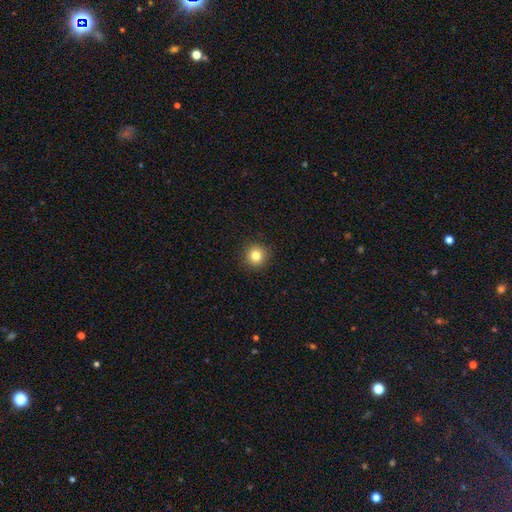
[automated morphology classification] The model was most divided on "smooth or featured": smooth: 82%, star or artifact: 11%, featured or disk: 6%. More confident: how rounded — round (95%); merging — none (92%).